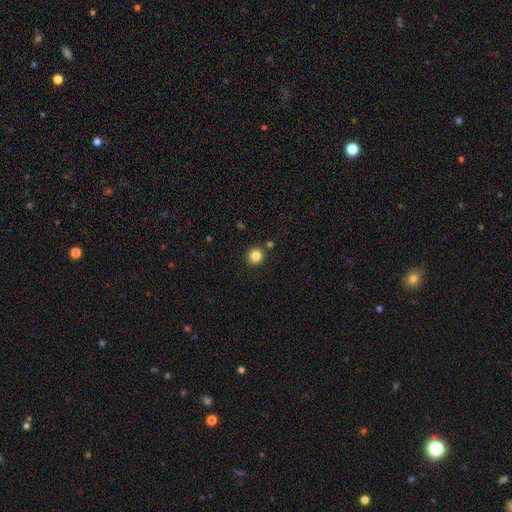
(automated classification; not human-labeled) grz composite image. It shows a smooth galaxy with no disk features (84%) that is round (93%). Merging: none (88%).